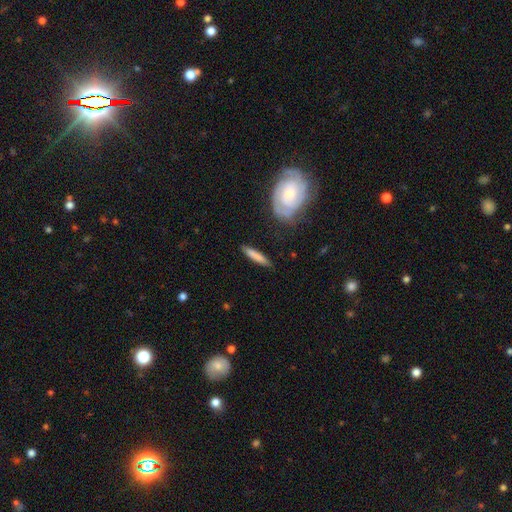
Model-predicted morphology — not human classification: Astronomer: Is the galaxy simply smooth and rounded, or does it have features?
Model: smooth — 74%.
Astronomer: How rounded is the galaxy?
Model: cigar-shaped — 87%.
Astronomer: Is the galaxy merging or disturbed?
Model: none — 85%.